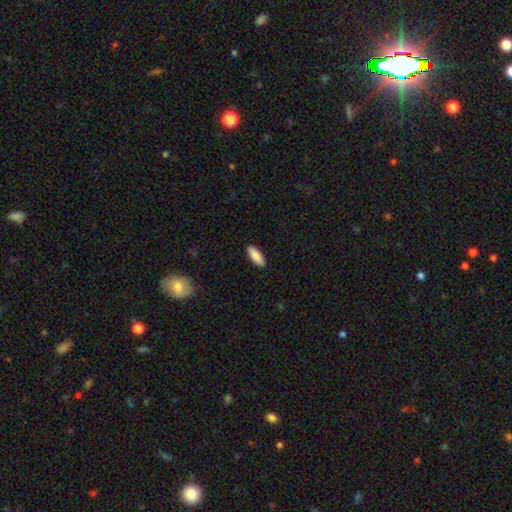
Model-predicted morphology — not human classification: smooth_or_featured: smooth (p=0.88) [alt: featured or disk p=0.06]
how_rounded: in between (p=0.75) [alt: cigar-shaped p=0.24]
merging: none (p=0.90) [alt: minor disturbance p=0.07]